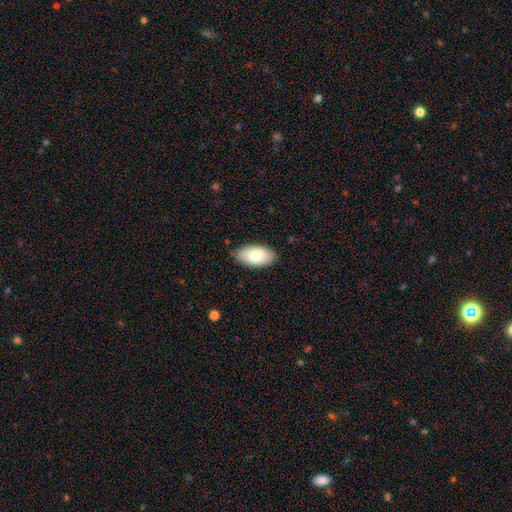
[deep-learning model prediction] A smooth galaxy with no disk features (82%) that is in between round and cigar-shaped (95%).

Vote fractions:
- Smooth or featured? smooth: 82% / featured or disk: 12% / star or artifact: 6%
- How rounded? in between: 95% / cigar-shaped: 3% / round: 2%
- Merging? none: 85% / minor disturbance: 12% / major disturbance: 2% / merger: 1%